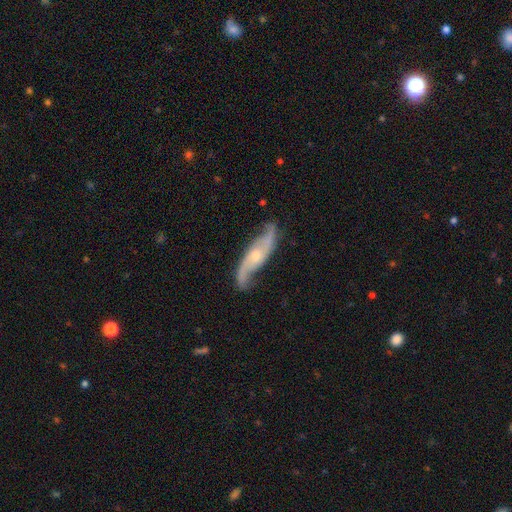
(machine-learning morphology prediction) A featured or disk galaxy (84%) with no bar (62%), 2 (90%) loose (60%) spiral arms (96%) and a small central bulge (50%). Merging: none (76%).